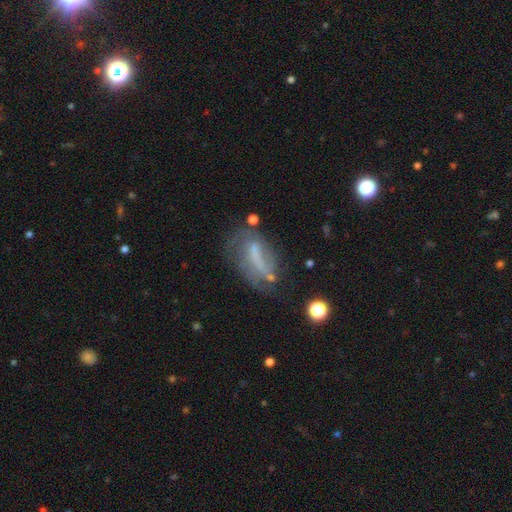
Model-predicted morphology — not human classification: smooth_or_featured: featured or disk (p=0.49) [alt: smooth p=0.37]
merging: none (p=0.48) [alt: minor disturbance p=0.26]